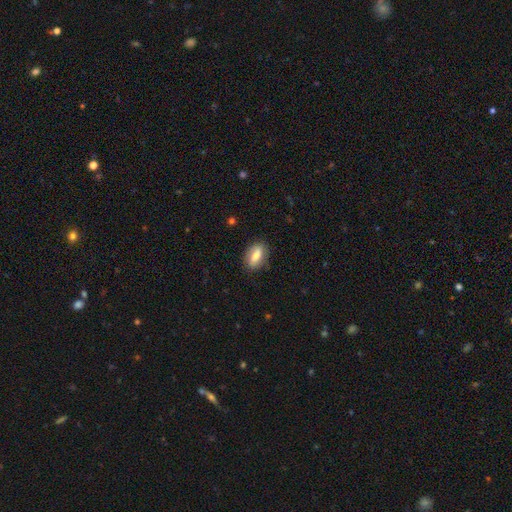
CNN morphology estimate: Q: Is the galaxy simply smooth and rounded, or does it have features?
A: smooth — 66%.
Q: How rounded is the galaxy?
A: in between — 83%.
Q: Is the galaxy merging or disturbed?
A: none — 82%.